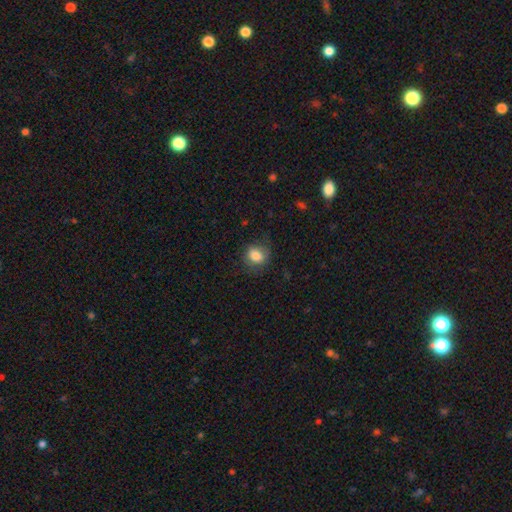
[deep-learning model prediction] The model was most divided on "how rounded" (2-way tie): in between: 49%, round: 49%, cigar-shaped: 1%. More confident: smooth or featured — smooth (83%); merging — none (75%).